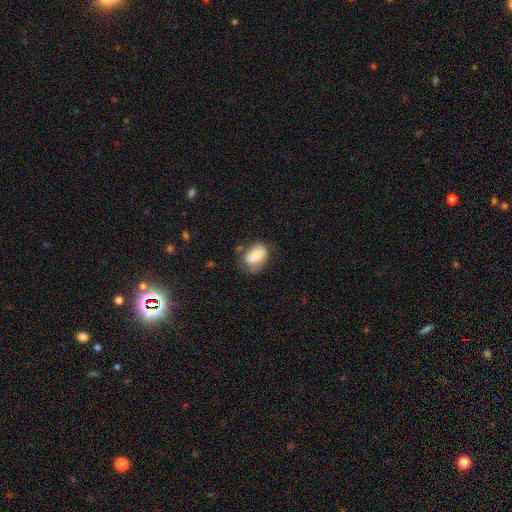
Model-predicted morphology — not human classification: A smooth galaxy with no disk features (69%) that is in between round and cigar-shaped (83%). Merging: none (50%).